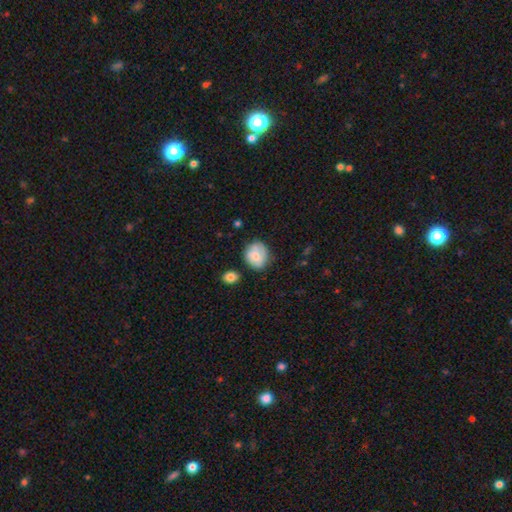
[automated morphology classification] Smooth or featured?
  - smooth: 65% *
  - featured or disk: 28%
  - star or artifact: 7%
How rounded?
  - round: 69% *
  - in between: 31%
  - cigar-shaped: 1%
Merging?
  - none: 65% *
  - minor disturbance: 24%
  - major disturbance: 6%
  - merger: 4%